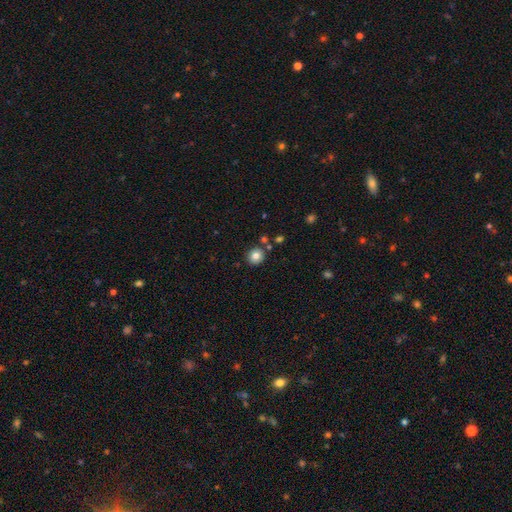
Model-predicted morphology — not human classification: A smooth galaxy with no disk features (81%) that is round (88%).

Vote fractions:
- Smooth or featured? smooth: 81% / star or artifact: 11% / featured or disk: 8%
- How rounded? round: 88% / in between: 11% / cigar-shaped: 1%
- Merging? none: 83% / minor disturbance: 8% / merger: 7% / major disturbance: 2%